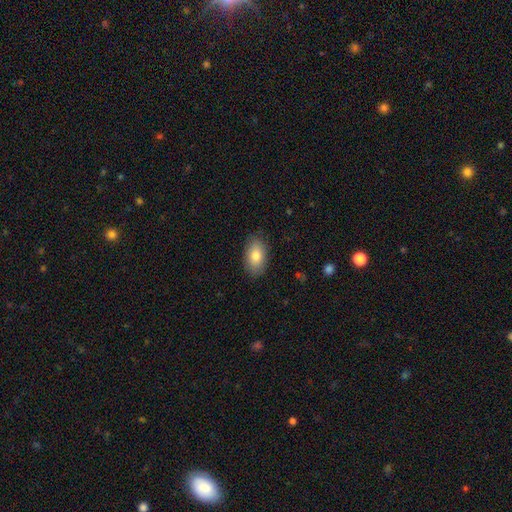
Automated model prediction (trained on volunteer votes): This is clearly a smooth galaxy (81%). How rounded: clearly in between (92%). Merging: clearly none (86%).